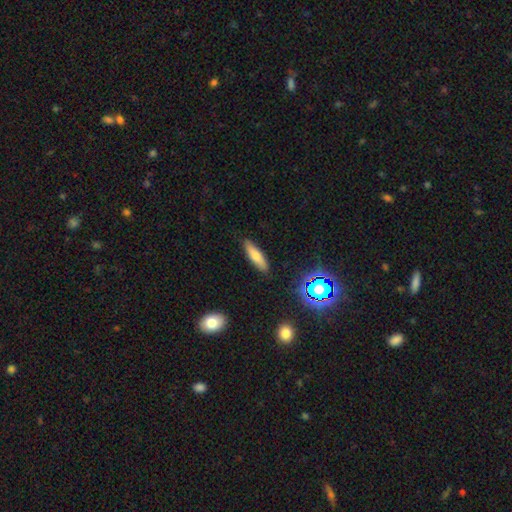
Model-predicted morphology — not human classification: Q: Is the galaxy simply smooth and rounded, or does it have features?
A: smooth — 68%.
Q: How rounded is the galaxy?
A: cigar-shaped — 64%.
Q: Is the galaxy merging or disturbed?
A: none — 86%.